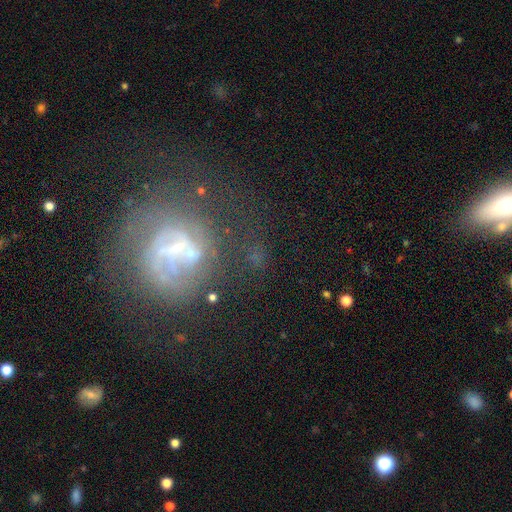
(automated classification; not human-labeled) This is possibly a featured or disk galaxy (58%). It is clearly not viewed edge-on (95%). Bar: possibly no (46%). Spiral arm pattern: possibly no (57%). Central bulge: marginally small (42%). Merging: marginally none (45%).